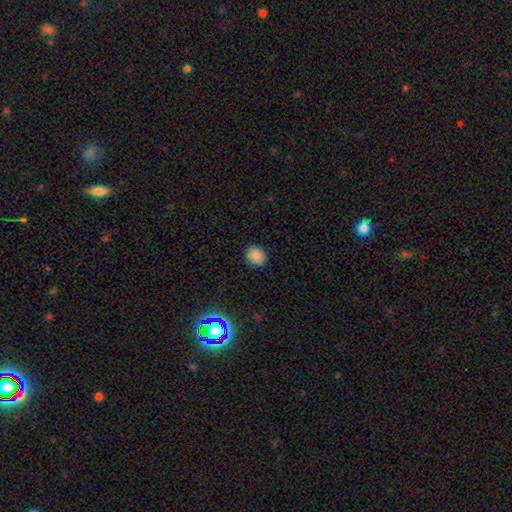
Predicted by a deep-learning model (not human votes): Overall: smooth (85%). How rounded: round (75%). Merging: none (89%).